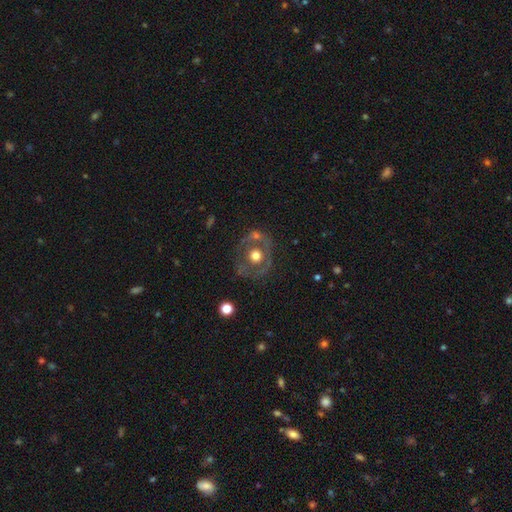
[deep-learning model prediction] Smooth or featured?
  - featured or disk: 50% *
  - smooth: 41%
  - star or artifact: 8%
Edge-on disk?
  - no: 95% *
  - yes: 5%
Merging?
  - none: 68% *
  - minor disturbance: 16%
  - major disturbance: 9%
  - merger: 7%